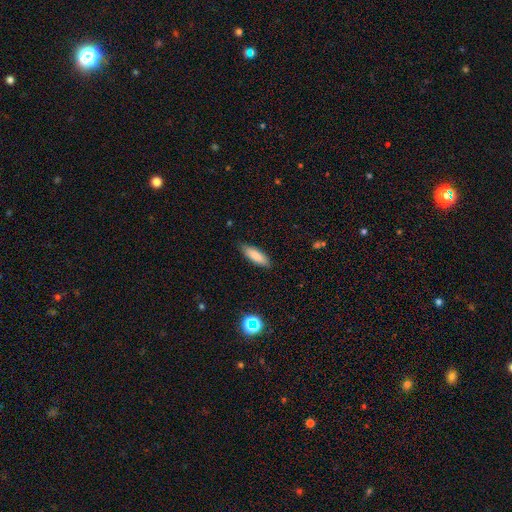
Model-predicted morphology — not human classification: Smooth or featured?
  - smooth: 84% *
  - featured or disk: 9%
  - star or artifact: 7%
How rounded?
  - in between: 53% *
  - cigar-shaped: 45%
  - round: 2%
Merging?
  - none: 86% *
  - minor disturbance: 10%
  - major disturbance: 2%
  - merger: 1%